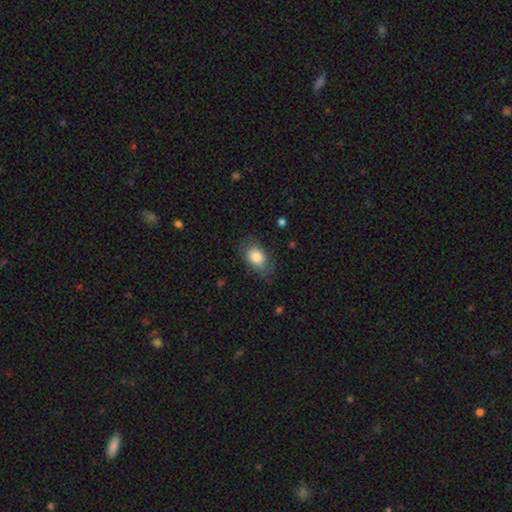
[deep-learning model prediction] This is likely a smooth galaxy (80%). How rounded: clearly in between (81%). Merging: likely none (69%).